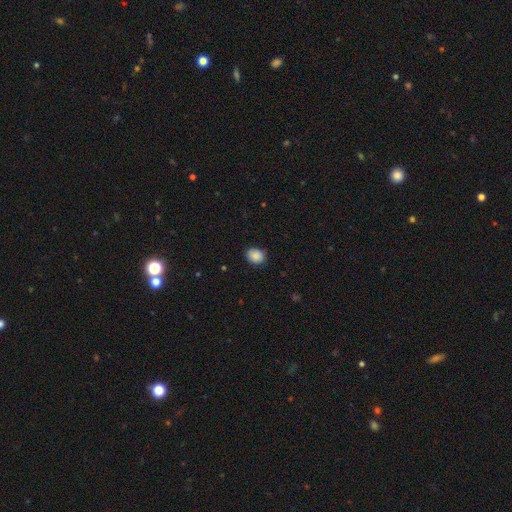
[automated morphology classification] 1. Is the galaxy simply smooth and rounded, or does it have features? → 87% smooth, 8% star or artifact, 4% featured or disk.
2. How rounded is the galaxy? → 57% round, 42% in between, 1% cigar-shaped.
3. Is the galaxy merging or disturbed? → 84% none, 13% minor disturbance, 2% major disturbance, 1% merger.